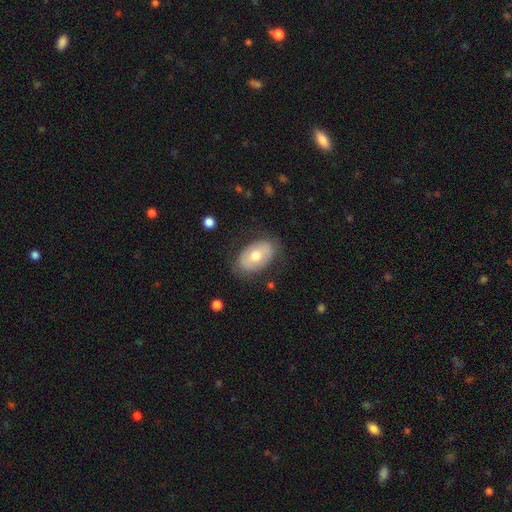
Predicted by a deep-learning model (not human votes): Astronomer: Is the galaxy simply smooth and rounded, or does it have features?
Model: smooth — 62%.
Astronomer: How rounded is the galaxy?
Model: in between — 90%.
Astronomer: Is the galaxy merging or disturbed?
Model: none — 78%.